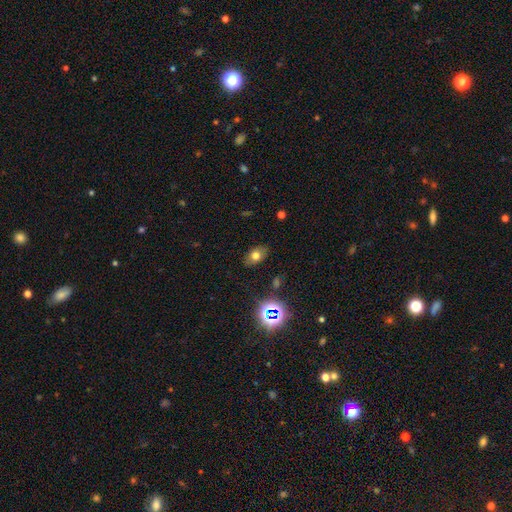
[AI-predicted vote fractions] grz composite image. It shows a smooth galaxy with no disk features (67%) that is in between round and cigar-shaped (83%). Merging: none (83%).